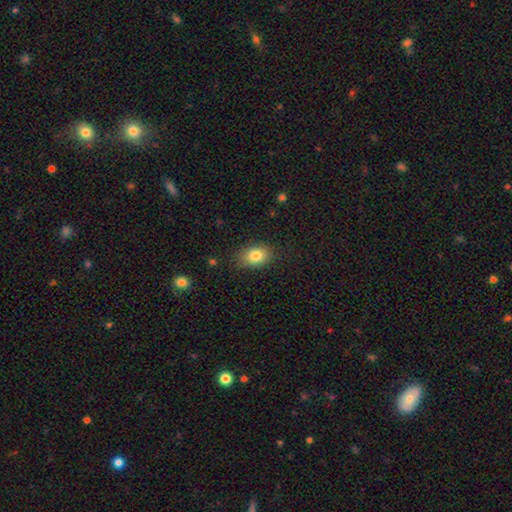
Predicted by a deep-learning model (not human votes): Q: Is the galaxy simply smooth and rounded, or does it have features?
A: smooth — 82%.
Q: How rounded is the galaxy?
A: in between — 76%.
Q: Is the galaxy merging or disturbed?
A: none — 82%.